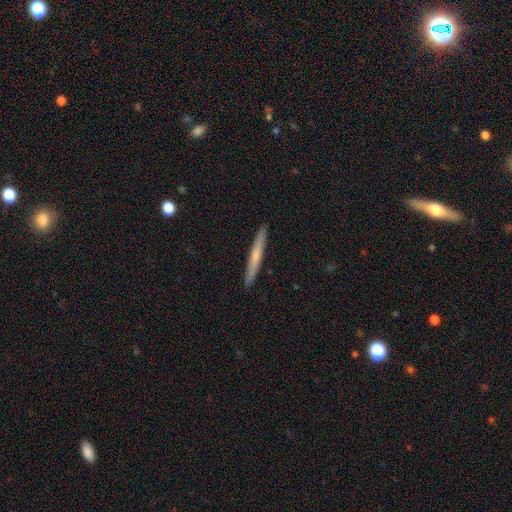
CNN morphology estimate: This is possibly a smooth galaxy (56%). How rounded: clearly cigar-shaped (97%). Merging: clearly none (93%).